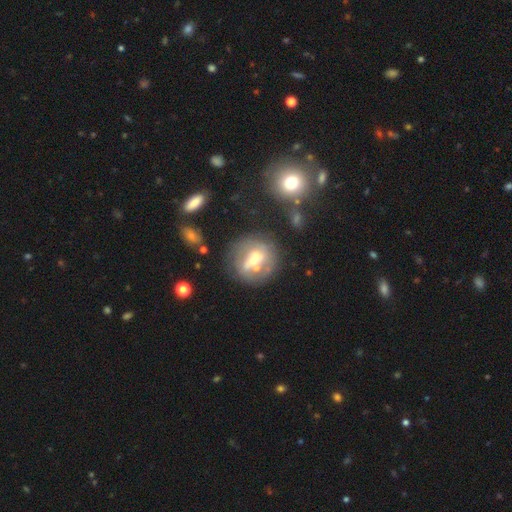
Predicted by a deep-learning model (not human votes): Smooth or featured? featured or disk (55%)
Edge-on disk? no (94%)
Bar? no (60%)
Spiral arms? no (81%)
Bulge size? moderate (52%)
Merging? none (47%)